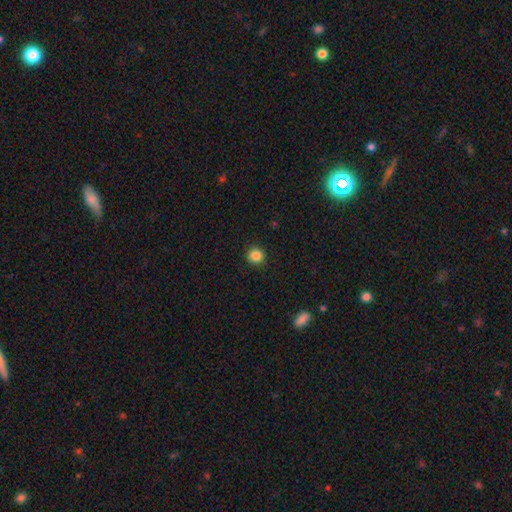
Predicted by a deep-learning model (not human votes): smooth_or_featured: smooth (p=0.85) [alt: star or artifact p=0.11]
how_rounded: round (p=0.89) [alt: in between p=0.10]
merging: none (p=0.92) [alt: minor disturbance p=0.06]